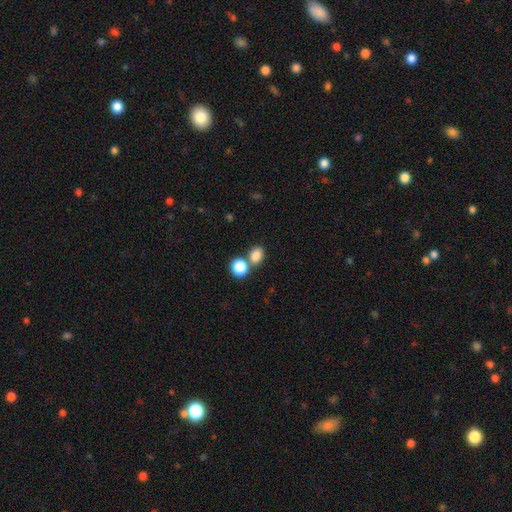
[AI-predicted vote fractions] smooth-or-featured: smooth: 83% | star or artifact: 11% | featured or disk: 6%
  how-rounded: in between: 51% | round: 48% | cigar-shaped: 1%
  merging: none: 56% | merger: 32% | minor disturbance: 9% | major disturbance: 3%